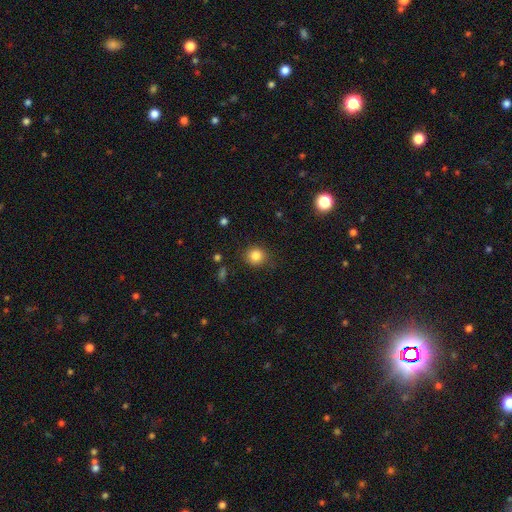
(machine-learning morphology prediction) Smooth or featured?
  - smooth: 84% *
  - star or artifact: 11%
  - featured or disk: 5%
How rounded?
  - round: 88% *
  - in between: 11%
  - cigar-shaped: 1%
Merging?
  - none: 85% *
  - minor disturbance: 10%
  - major disturbance: 3%
  - merger: 2%